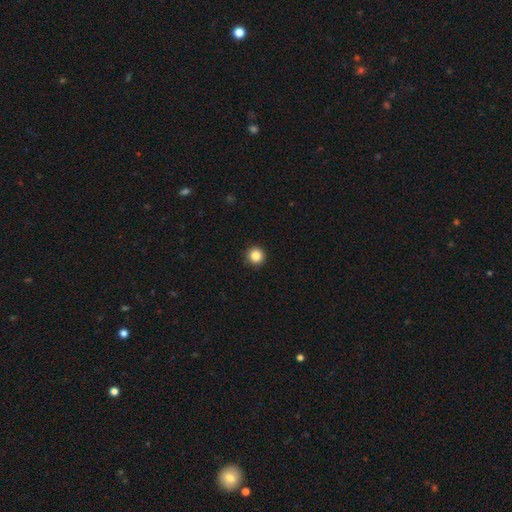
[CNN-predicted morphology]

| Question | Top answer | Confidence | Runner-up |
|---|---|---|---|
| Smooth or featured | smooth | 85% | star or artifact (11%) |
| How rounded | round | 95% | in between (4%) |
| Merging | none | 92% | minor disturbance (5%) |